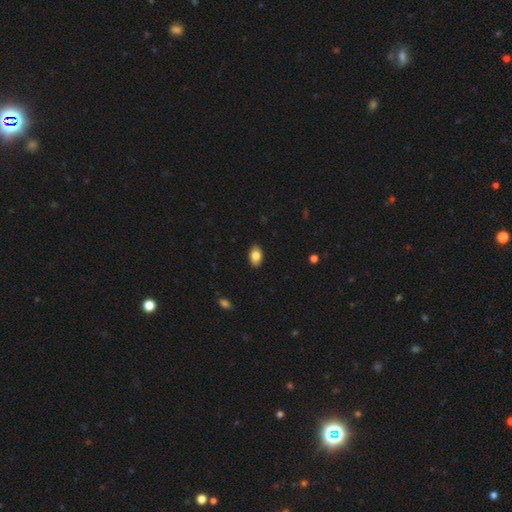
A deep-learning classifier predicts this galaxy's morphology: Smooth or featured: smooth — 82% (featured or disk — 10%)
How rounded: in between — 88% (round — 10%)
Merging: none — 89% (minor disturbance — 8%)